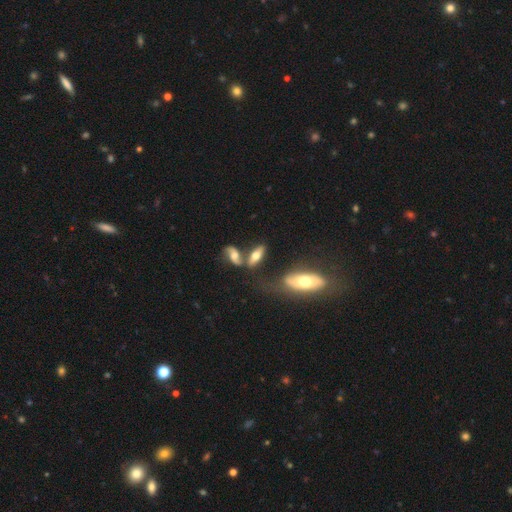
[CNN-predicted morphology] Smooth or featured? Predicted: smooth (p=0.50). Merging? Predicted: none (p=0.49).